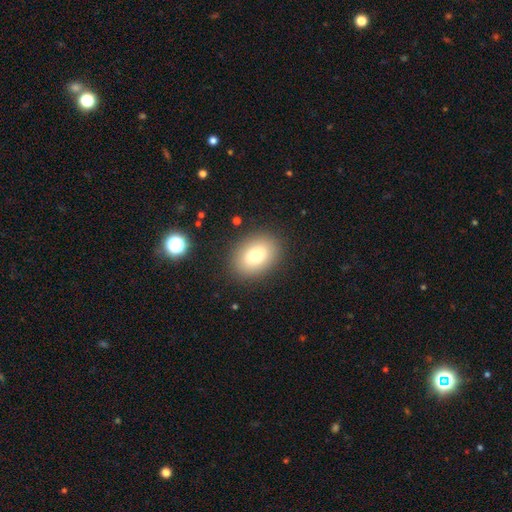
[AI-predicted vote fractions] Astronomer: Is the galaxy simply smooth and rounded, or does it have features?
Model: smooth — 76%.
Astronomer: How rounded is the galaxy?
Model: in between — 71%.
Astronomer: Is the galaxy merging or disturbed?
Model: none — 87%.